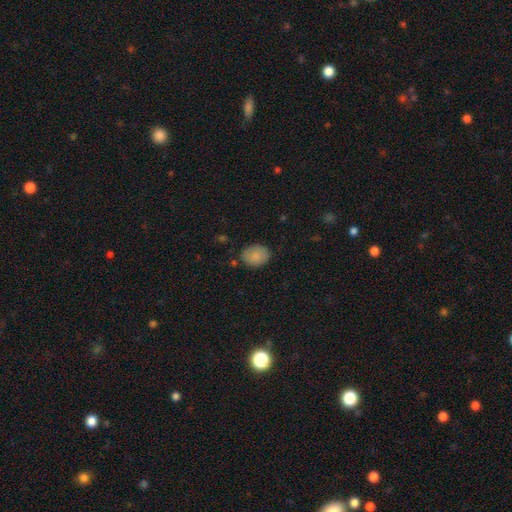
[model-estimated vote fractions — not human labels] Morphology: type=smooth (85%); roundness=in between (55%); merging=none (81%).